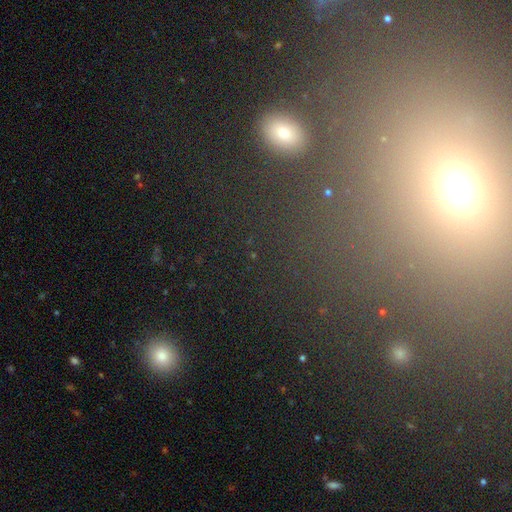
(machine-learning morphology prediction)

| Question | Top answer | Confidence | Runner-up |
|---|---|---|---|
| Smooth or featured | star or artifact | 46% | smooth (40%) |